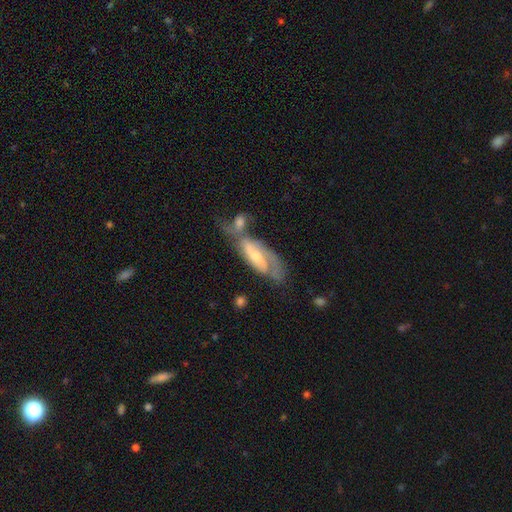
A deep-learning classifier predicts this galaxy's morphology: smooth_or_featured: featured or disk (p=0.77) [alt: smooth p=0.18]
disk_edge_on: no (p=0.89) [alt: yes p=0.11]
bar: weak (p=0.42) [alt: no p=0.31]
has_spiral_arms: yes (p=0.91) [alt: no p=0.09]
spiral_winding: medium (p=0.44) [alt: tight p=0.34]
spiral_arm_count: 2 (p=0.69) [alt: can't tell p=0.14]
bulge_size: small (p=0.48) [alt: moderate p=0.45]
merging: merger (p=0.42) [alt: none p=0.31]